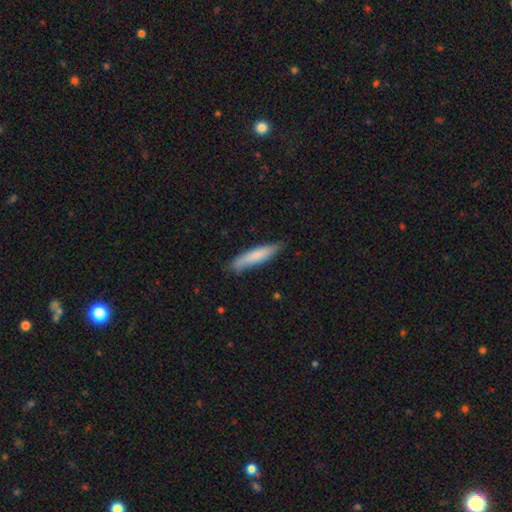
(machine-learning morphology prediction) This appears to be a smooth galaxy with no disk features (77%) that is cigar-shaped (85%). Merging: none (79%).